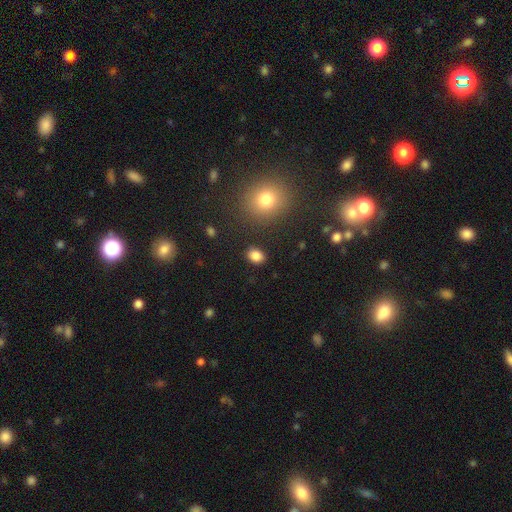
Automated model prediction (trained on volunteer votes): Q: Smooth or featured?
A: smooth (85%); runner-up: star or artifact (11%)
Q: How rounded?
A: in between (63%); runner-up: round (36%)
Q: Merging?
A: none (87%); runner-up: minor disturbance (9%)